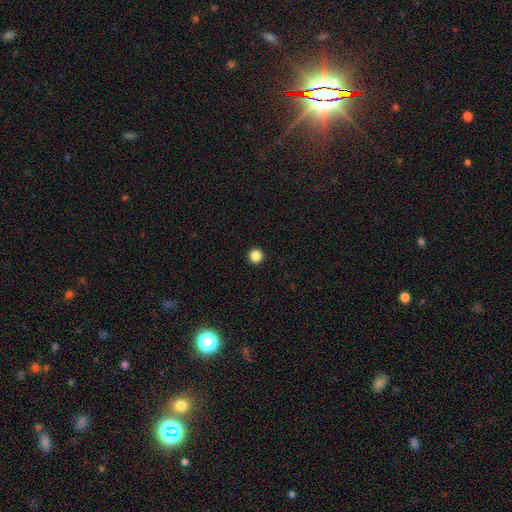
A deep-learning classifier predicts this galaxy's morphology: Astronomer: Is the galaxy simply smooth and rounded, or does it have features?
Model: smooth — 86%.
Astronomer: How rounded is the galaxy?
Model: round — 96%.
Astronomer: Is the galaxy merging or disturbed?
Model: none — 94%.